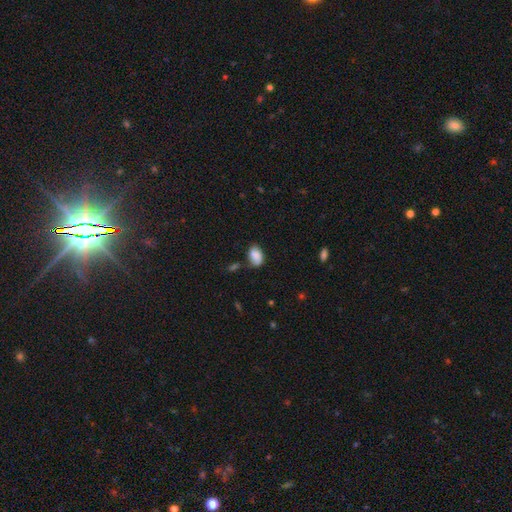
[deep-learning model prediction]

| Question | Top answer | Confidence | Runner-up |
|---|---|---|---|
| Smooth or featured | smooth | 83% | featured or disk (9%) |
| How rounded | in between | 87% | round (12%) |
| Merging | none | 59% | minor disturbance (28%) |